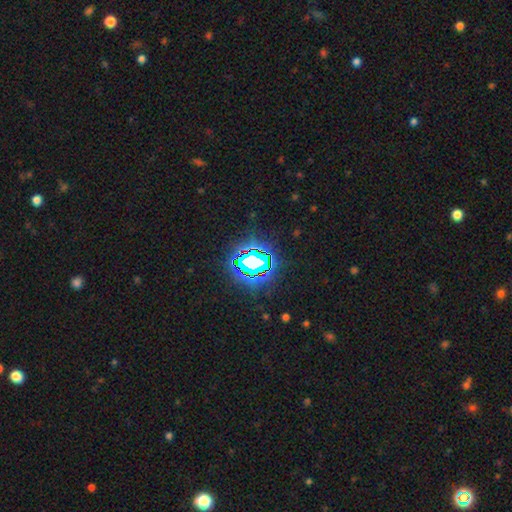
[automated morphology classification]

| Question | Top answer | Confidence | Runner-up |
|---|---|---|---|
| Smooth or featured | star or artifact | 85% | smooth (9%) |